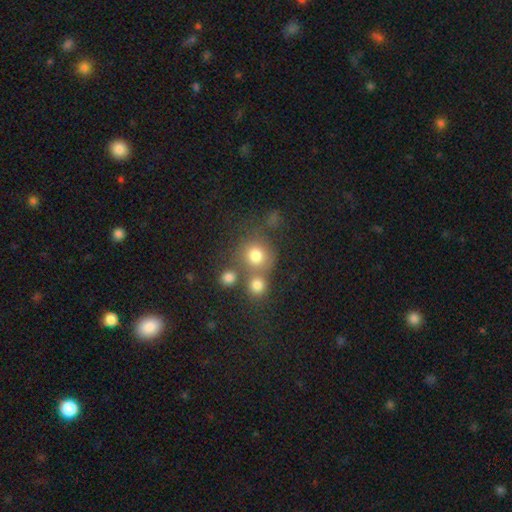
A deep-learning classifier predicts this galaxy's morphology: This is likely a smooth galaxy (76%). How rounded: clearly round (87%). Merging: possibly none (56%).